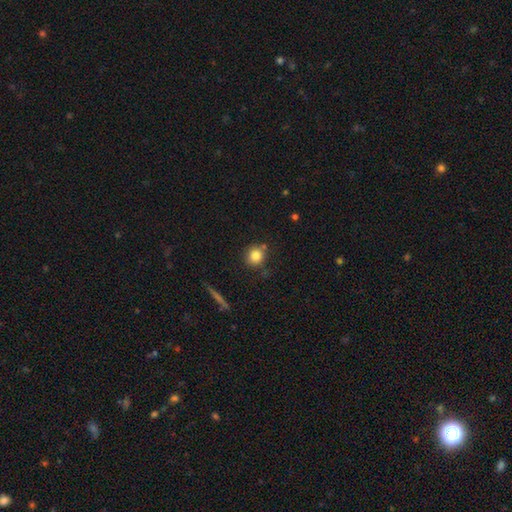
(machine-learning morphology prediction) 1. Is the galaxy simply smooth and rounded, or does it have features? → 82% smooth, 11% star or artifact, 8% featured or disk.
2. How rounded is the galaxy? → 87% round, 11% in between, 1% cigar-shaped.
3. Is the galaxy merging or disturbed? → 78% none, 12% minor disturbance, 7% merger, 3% major disturbance.